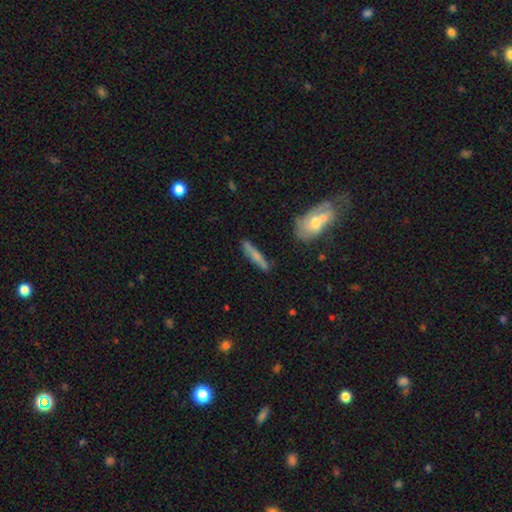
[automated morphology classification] type=smooth (60%); roundness=cigar-shaped (88%); merging=none (80%).